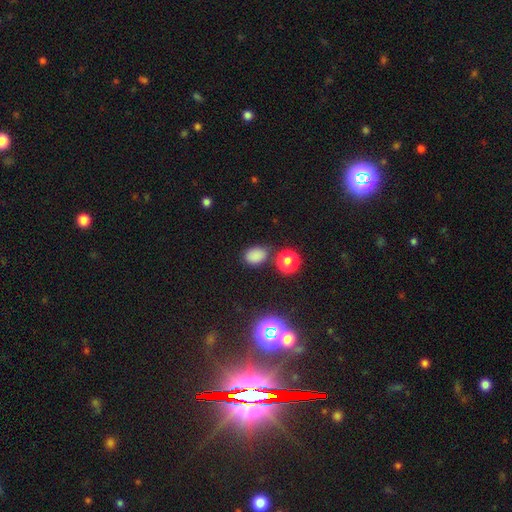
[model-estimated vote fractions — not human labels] Smooth or featured? smooth (80%)
How rounded? in between (70%)
Merging? none (75%)